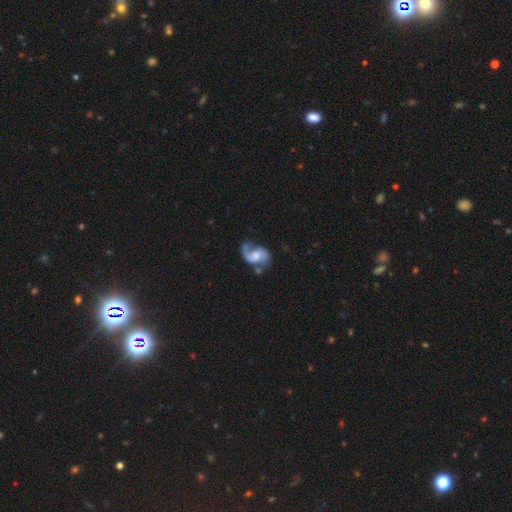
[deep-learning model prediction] Smooth or featured: featured or disk — 82% (smooth — 12%)
Edge-on disk: no — 98% (yes — 2%)
Bar: no — 46% (weak — 43%)
Spiral arms: yes — 95% (no — 5%)
Spiral winding: loose — 47% (medium — 42%)
Spiral arm count: 2 — 77% (1 — 17%)
Bulge size: moderate — 50% (small — 29%)
Merging: none — 54% (minor disturbance — 23%)